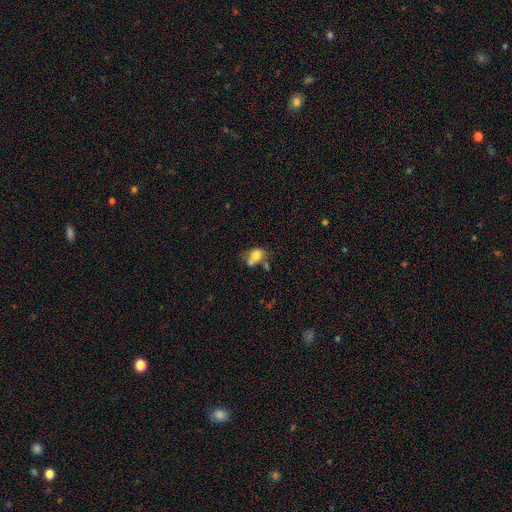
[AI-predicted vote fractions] Smooth or featured? smooth (73%)
How rounded? in between (54%)
Merging? none (38%)